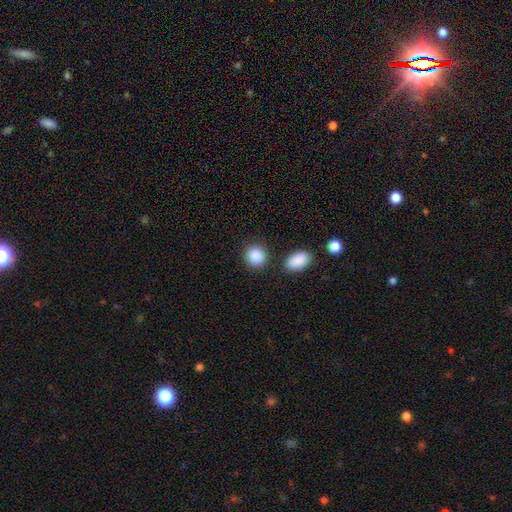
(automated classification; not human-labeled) A smooth galaxy with no disk features (89%) that is round (74%). Merging: none (80%).